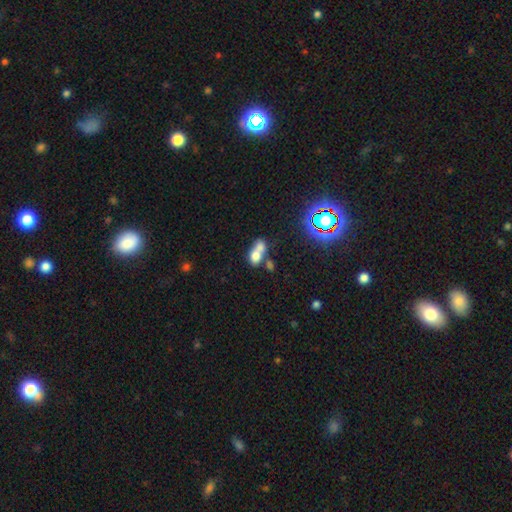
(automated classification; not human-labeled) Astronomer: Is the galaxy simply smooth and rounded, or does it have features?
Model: smooth — 65%.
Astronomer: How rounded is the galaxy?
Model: in between — 68%.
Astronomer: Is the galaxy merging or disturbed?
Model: merger — 66%.